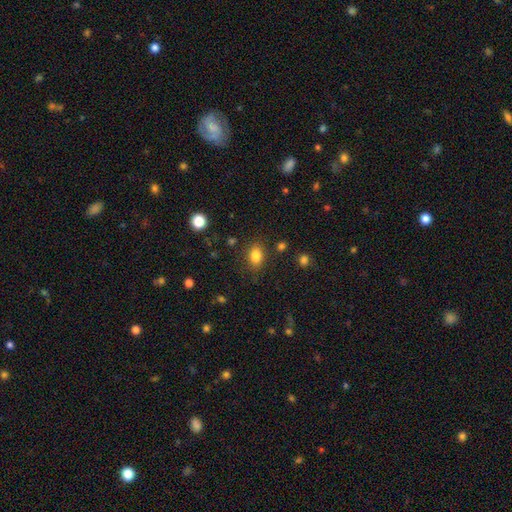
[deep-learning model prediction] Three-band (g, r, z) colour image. It shows a smooth galaxy with no disk features (84%) that is in between round and cigar-shaped (77%). Merging: none (82%).